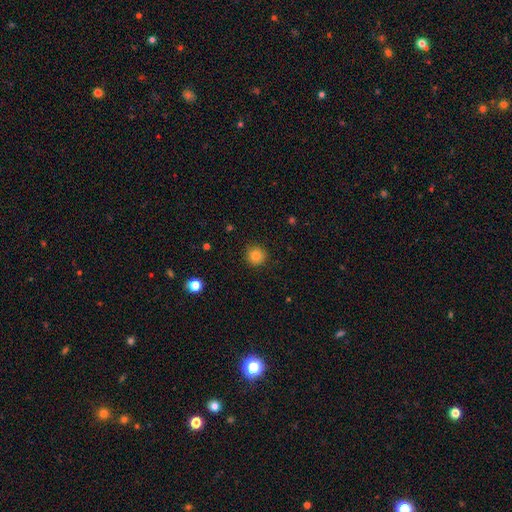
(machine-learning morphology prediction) smooth-or-featured: smooth: 83% | star or artifact: 11% | featured or disk: 6%
  how-rounded: round: 94% | in between: 5% | cigar-shaped: 1%
  merging: none: 91% | minor disturbance: 6% | major disturbance: 2% | merger: 1%